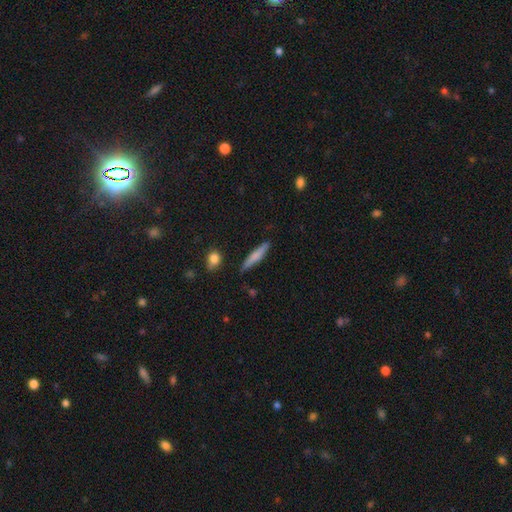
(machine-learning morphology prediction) smooth_or_featured: smooth (p=0.68) [alt: featured or disk p=0.25]
how_rounded: cigar-shaped (p=0.90) [alt: in between p=0.08]
merging: none (p=0.83) [alt: minor disturbance p=0.13]